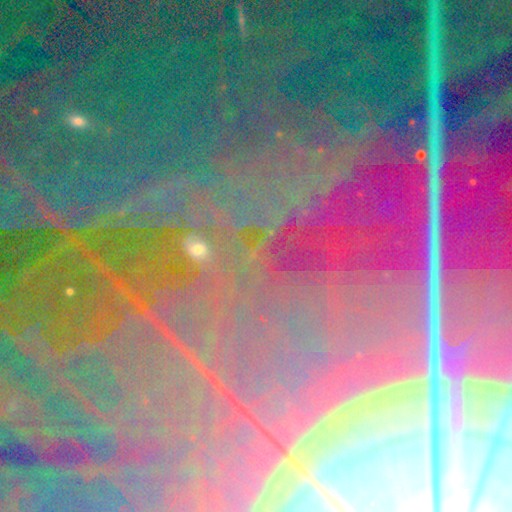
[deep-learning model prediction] This appears to be a star or artifact, not a galaxy (83%).